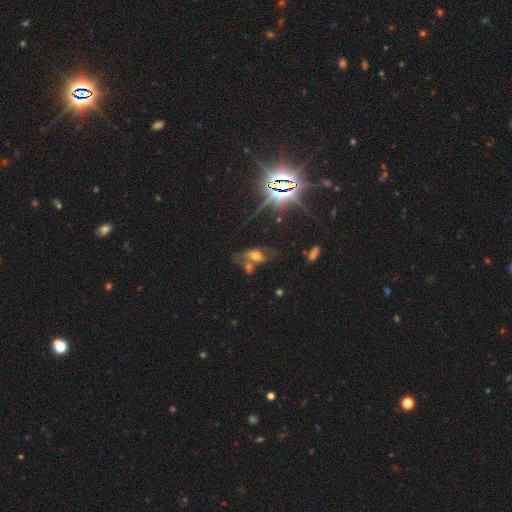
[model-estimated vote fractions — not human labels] Overall: smooth (39%; featured or disk 34%). Merging: merger (41%; none 31%).